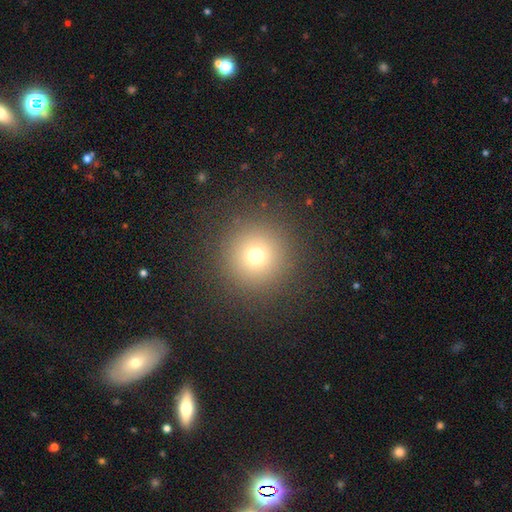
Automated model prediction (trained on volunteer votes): Smooth or featured: smooth — 71% (star or artifact — 19%)
How rounded: round — 96% (in between — 3%)
Merging: none — 90% (minor disturbance — 5%)